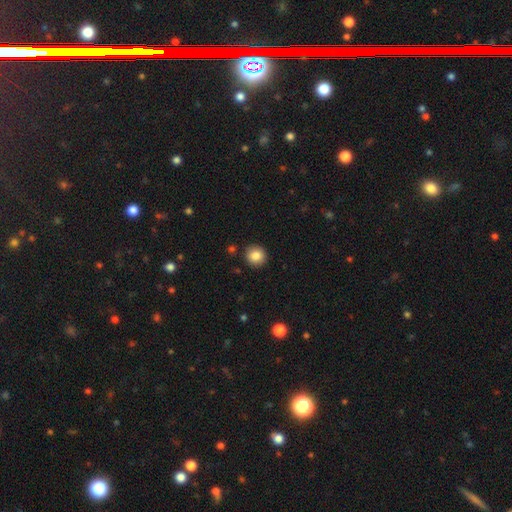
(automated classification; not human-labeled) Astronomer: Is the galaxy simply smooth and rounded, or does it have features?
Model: smooth — 86%.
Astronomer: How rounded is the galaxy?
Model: round — 92%.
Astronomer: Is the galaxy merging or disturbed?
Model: none — 90%.